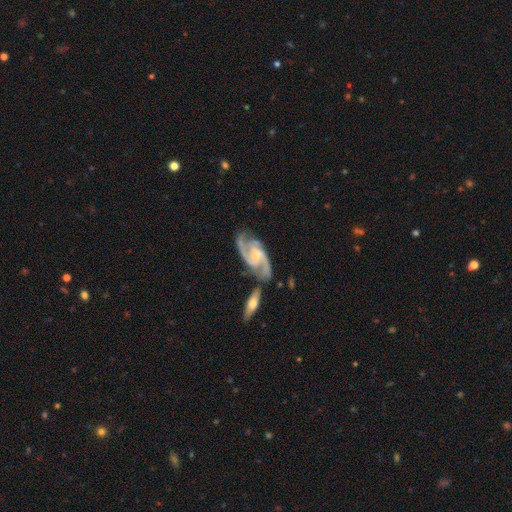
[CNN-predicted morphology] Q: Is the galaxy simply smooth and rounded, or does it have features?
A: featured or disk — 92%.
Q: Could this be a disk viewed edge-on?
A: no — 97%.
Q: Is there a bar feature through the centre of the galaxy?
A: no — 48%.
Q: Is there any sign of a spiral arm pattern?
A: yes — 98%.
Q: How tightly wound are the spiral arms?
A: medium — 57%.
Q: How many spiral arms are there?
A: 2 — 69%.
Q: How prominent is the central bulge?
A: small — 63%.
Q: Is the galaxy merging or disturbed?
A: none — 59%.